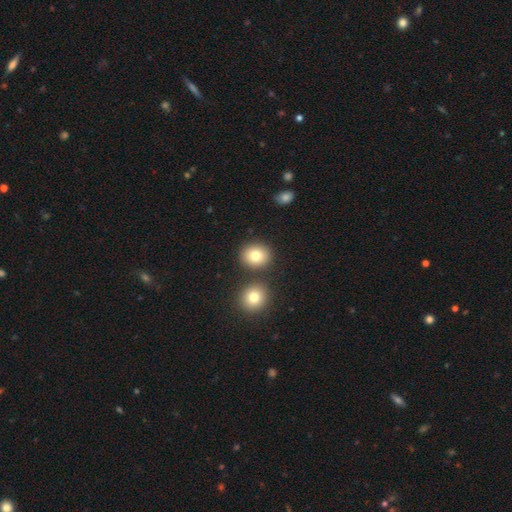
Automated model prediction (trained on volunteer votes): This is clearly a smooth galaxy (80%). How rounded: likely round (76%). Merging: likely none (79%).